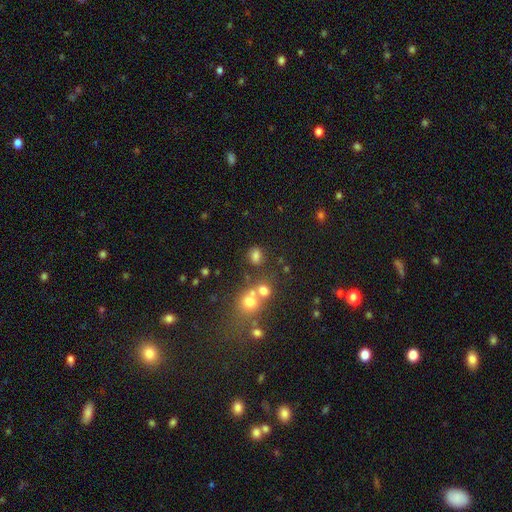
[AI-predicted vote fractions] The model was most divided on "how rounded": in between: 57%, round: 41%, cigar-shaped: 2%. More confident: smooth or featured — smooth (74%); merging — none (68%).